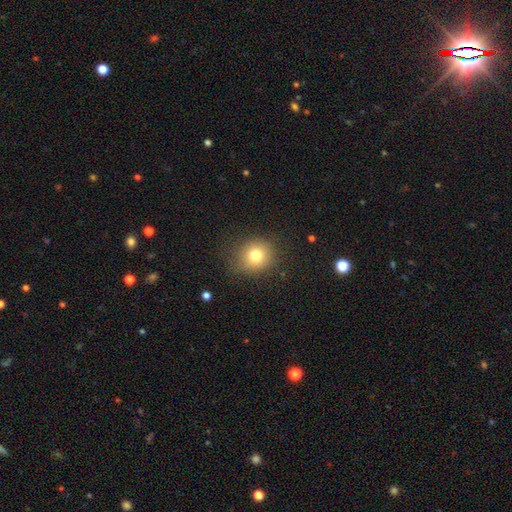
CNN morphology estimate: Overall: smooth (78%). How rounded: round (82%). Merging: none (82%).